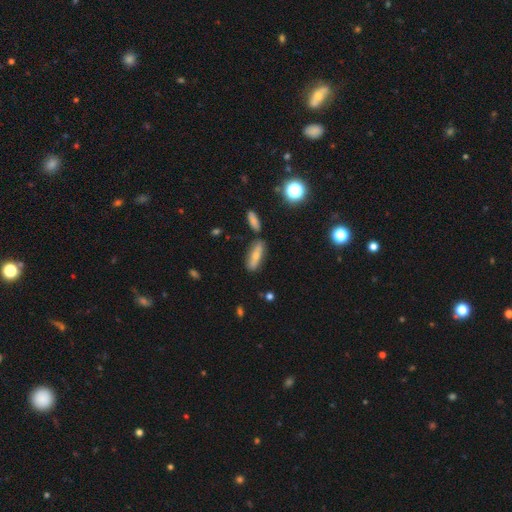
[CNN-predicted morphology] Smooth or featured: smooth — 58% (featured or disk — 33%)
How rounded: cigar-shaped — 49% (in between — 48%)
Merging: none — 74% (minor disturbance — 13%)